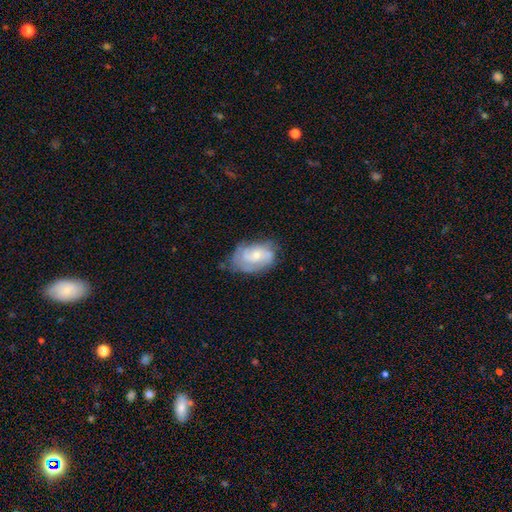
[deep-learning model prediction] smooth_or_featured: featured or disk (p=0.70) [alt: smooth p=0.23]
disk_edge_on: no (p=0.97) [alt: yes p=0.03]
bar: no (p=0.66) [alt: weak p=0.29]
has_spiral_arms: yes (p=0.88) [alt: no p=0.12]
spiral_winding: tight (p=0.49) [alt: medium p=0.38]
spiral_arm_count: 2 (p=0.42) [alt: can't tell p=0.30]
bulge_size: small (p=0.53) [alt: moderate p=0.39]
merging: none (p=0.60) [alt: minor disturbance p=0.27]